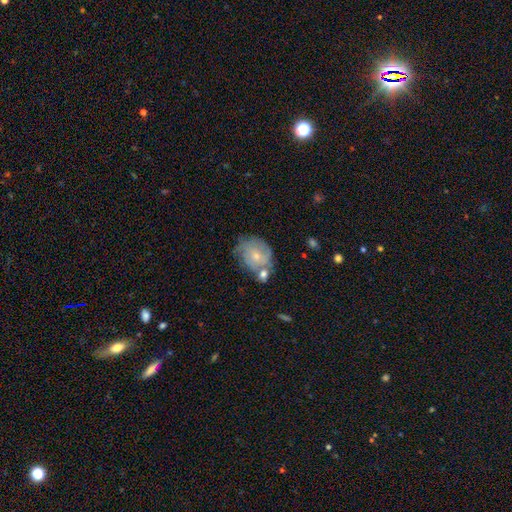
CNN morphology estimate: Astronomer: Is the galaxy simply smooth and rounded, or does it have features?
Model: featured or disk — 48% (runner-up: smooth, 45%).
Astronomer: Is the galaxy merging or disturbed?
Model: none — 45% (runner-up: minor disturbance, 23%).